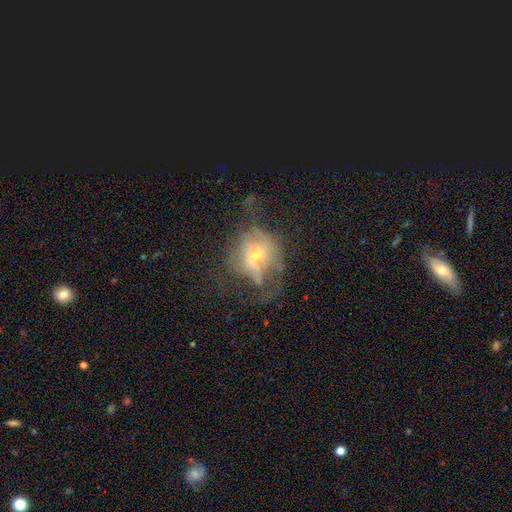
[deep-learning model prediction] smooth-or-featured: featured or disk: 55% | smooth: 31% | star or artifact: 13%
  disk-edge-on: no: 92% | yes: 8%
    bar: no: 68% | weak: 21% | strong: 11%
    has-spiral-arms: no: 61% | yes: 39%
    bulge-size: small: 58% | moderate: 37% | large: 3% | dominant: 1% | none: 1%
  merging: major disturbance: 40% | none: 35% | minor disturbance: 22% | merger: 3%